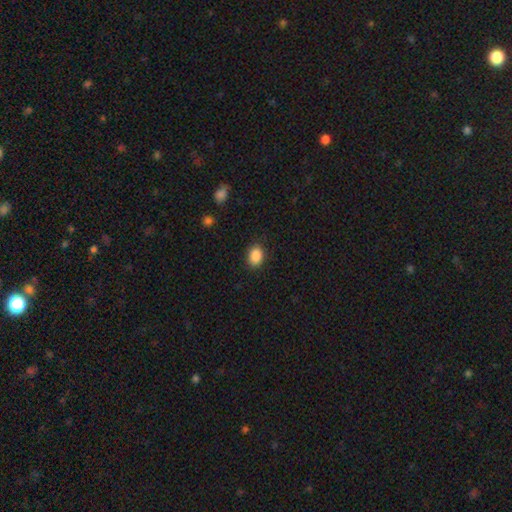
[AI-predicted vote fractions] The model was most divided on "how rounded": in between: 72%, round: 27%, cigar-shaped: 1%. More confident: smooth or featured — smooth (89%); merging — none (88%).